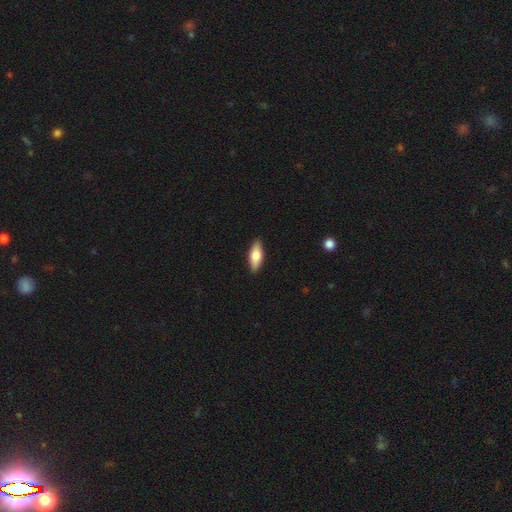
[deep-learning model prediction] smooth_or_featured: smooth (p=0.73) [alt: featured or disk p=0.21]
how_rounded: in between (p=0.72) [alt: cigar-shaped p=0.26]
merging: none (p=0.89) [alt: minor disturbance p=0.08]